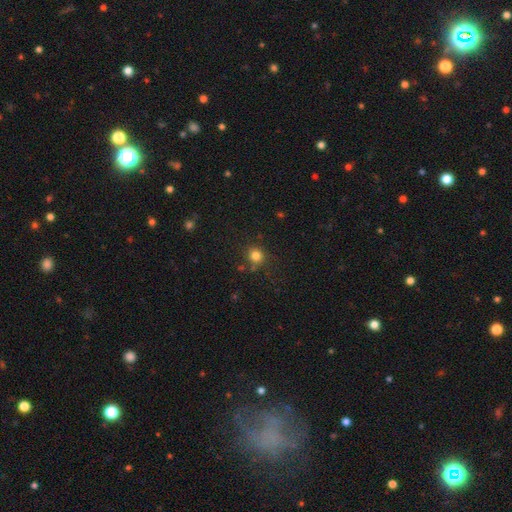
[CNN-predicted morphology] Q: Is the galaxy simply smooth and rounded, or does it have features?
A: smooth — 81%.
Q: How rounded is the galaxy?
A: round — 86%.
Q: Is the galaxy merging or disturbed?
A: none — 78%.